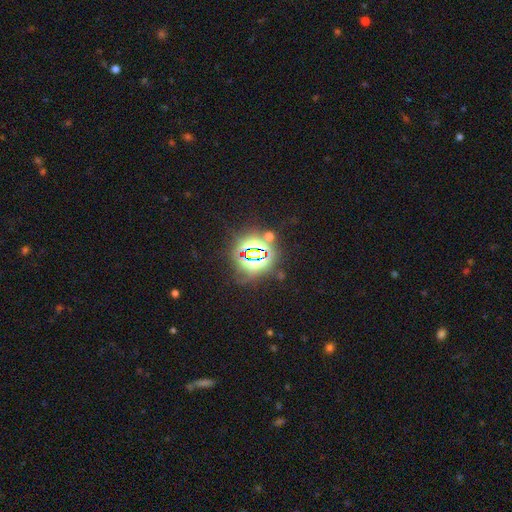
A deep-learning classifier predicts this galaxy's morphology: Overall: star or artifact (81%).